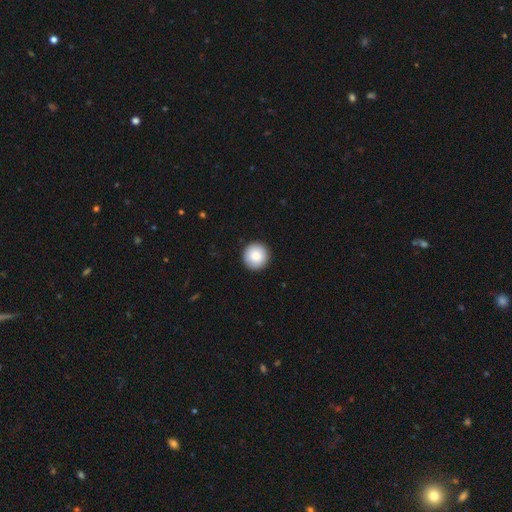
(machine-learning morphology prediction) Smooth or featured? Predicted: smooth (p=0.87). How rounded? Predicted: round (p=0.96). Merging? Predicted: none (p=0.93).